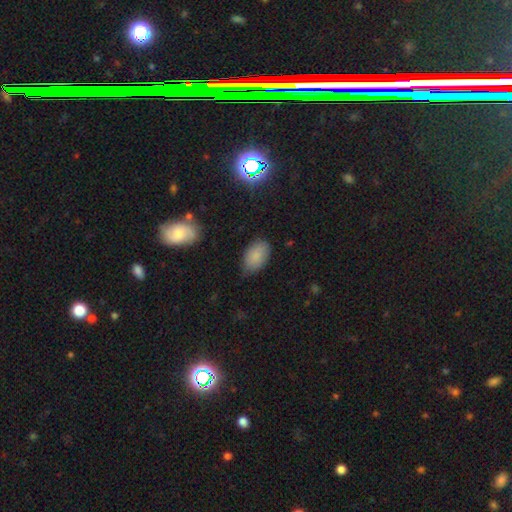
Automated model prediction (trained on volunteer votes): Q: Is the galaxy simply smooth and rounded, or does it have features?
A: smooth — 84%.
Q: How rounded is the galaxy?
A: in between — 91%.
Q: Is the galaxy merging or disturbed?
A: none — 73%.